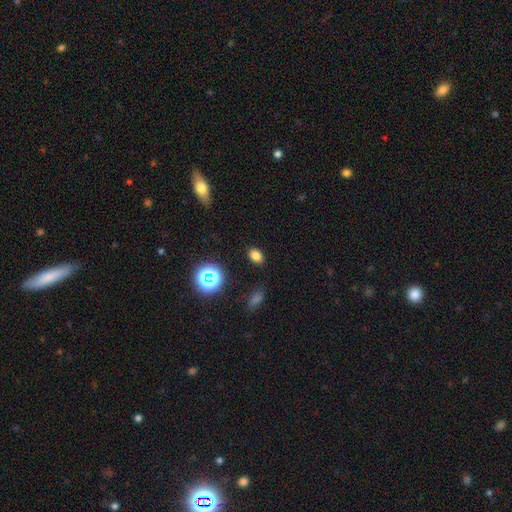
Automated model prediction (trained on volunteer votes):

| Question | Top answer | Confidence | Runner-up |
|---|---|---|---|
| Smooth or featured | smooth | 76% | star or artifact (17%) |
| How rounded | in between | 81% | round (18%) |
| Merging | none | 87% | minor disturbance (9%) |